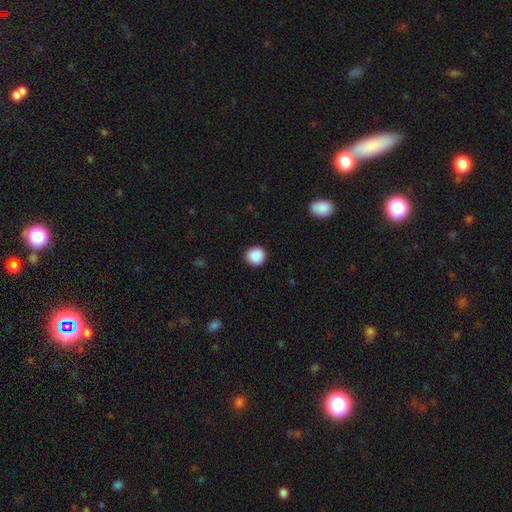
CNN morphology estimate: Q: Smooth or featured?
A: smooth (89%); runner-up: star or artifact (8%)
Q: How rounded?
A: round (93%); runner-up: in between (6%)
Q: Merging?
A: none (91%); runner-up: minor disturbance (6%)